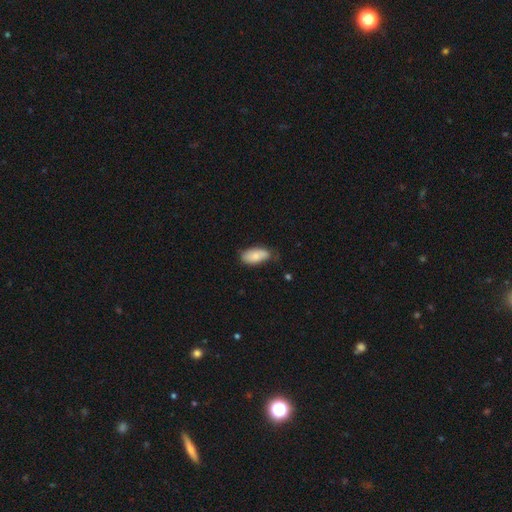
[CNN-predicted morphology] Smooth or featured?
  - smooth: 80% *
  - featured or disk: 14%
  - star or artifact: 6%
How rounded?
  - in between: 91% *
  - cigar-shaped: 7%
  - round: 2%
Merging?
  - none: 65% *
  - minor disturbance: 28%
  - major disturbance: 5%
  - merger: 2%